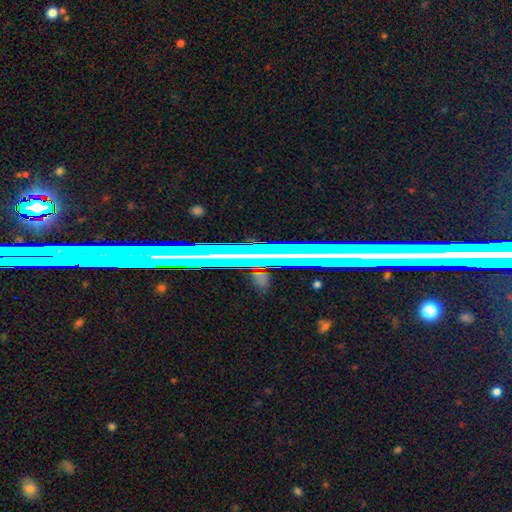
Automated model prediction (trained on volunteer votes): Smooth or featured?
  - star or artifact: 57% *
  - featured or disk: 32%
  - smooth: 11%